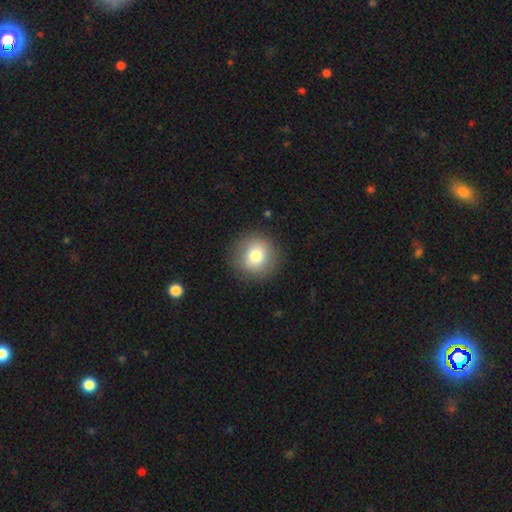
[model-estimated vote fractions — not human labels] Smooth or featured?
  - smooth: 79% *
  - featured or disk: 12%
  - star or artifact: 9%
How rounded?
  - round: 94% *
  - in between: 5%
  - cigar-shaped: 1%
Merging?
  - none: 89% *
  - minor disturbance: 7%
  - major disturbance: 3%
  - merger: 1%